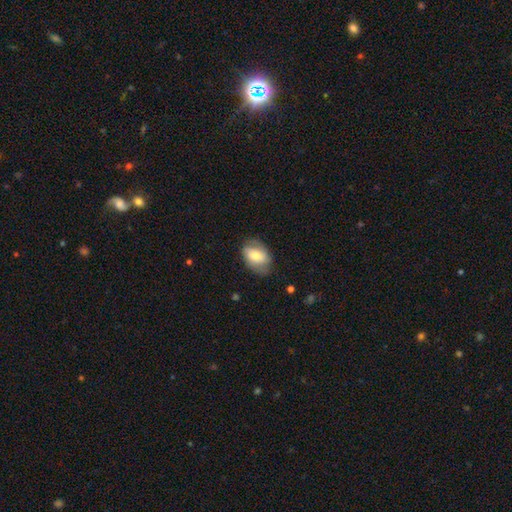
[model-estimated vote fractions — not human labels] The model was most divided on "smooth or featured": smooth: 66%, featured or disk: 27%, star or artifact: 7%. More confident: how rounded — in between (84%); merging — none (68%).